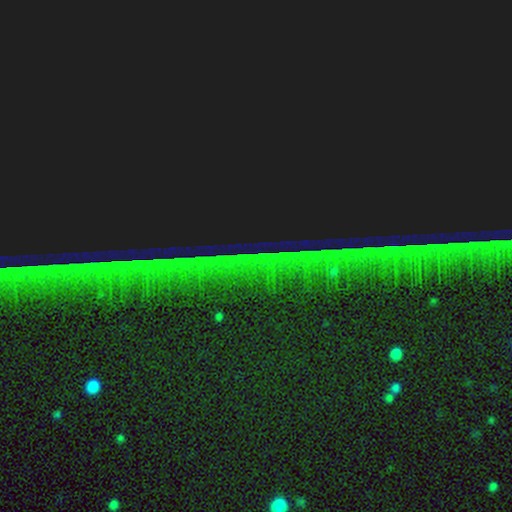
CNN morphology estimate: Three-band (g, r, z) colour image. It shows a star or artifact, not a galaxy (84%).